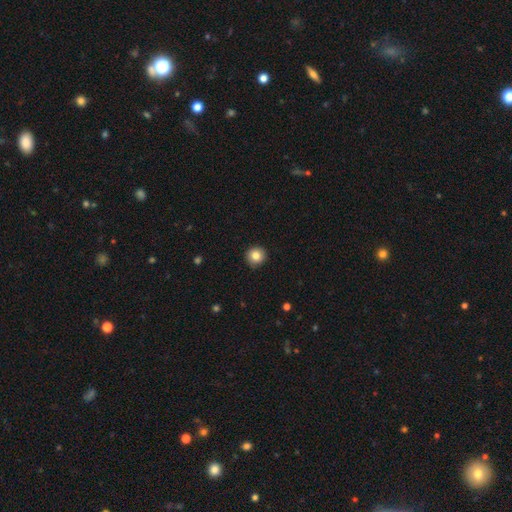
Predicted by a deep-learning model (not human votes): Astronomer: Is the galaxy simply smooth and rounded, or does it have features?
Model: smooth — 83%.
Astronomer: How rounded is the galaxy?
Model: round — 94%.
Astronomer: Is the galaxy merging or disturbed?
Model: none — 92%.